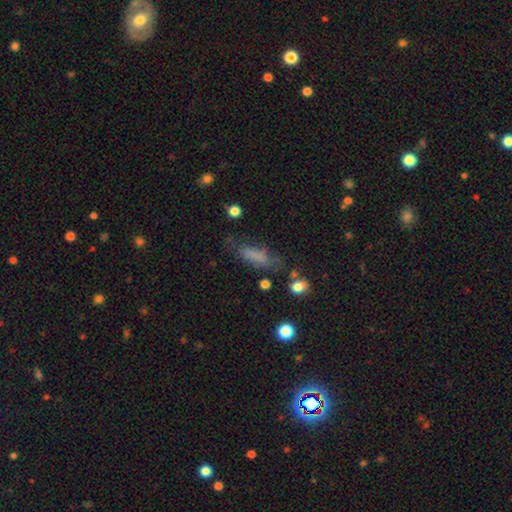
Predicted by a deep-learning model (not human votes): smooth-or-featured: smooth: 68% | featured or disk: 19% | star or artifact: 13%
  how-rounded: in between: 50% | cigar-shaped: 46% | round: 4%
  merging: none: 54% | minor disturbance: 26% | major disturbance: 15% | merger: 5%